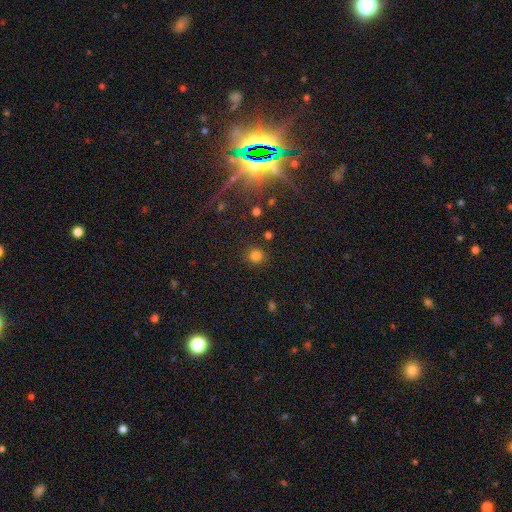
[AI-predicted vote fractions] The model was most divided on "smooth or featured": smooth: 79%, star or artifact: 16%, featured or disk: 5%. More confident: how rounded — round (92%); merging — none (88%).